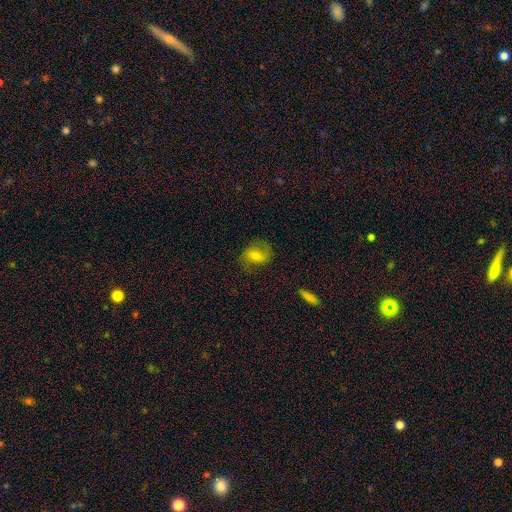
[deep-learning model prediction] smooth_or_featured: smooth (p=0.52) [alt: featured or disk p=0.38]
how_rounded: in between (p=0.62) [alt: round p=0.36]
merging: none (p=0.69) [alt: minor disturbance p=0.20]